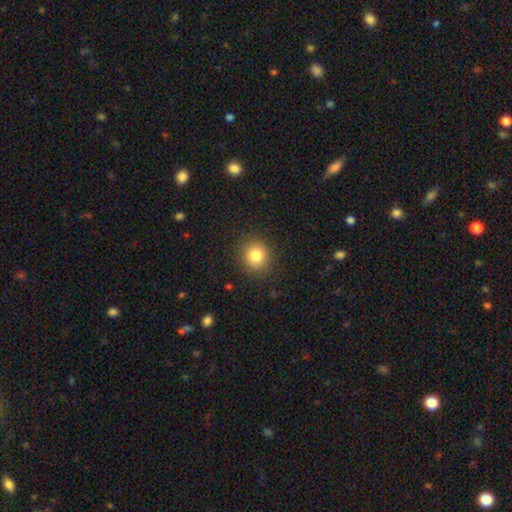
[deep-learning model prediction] Smooth or featured? smooth (82%)
How rounded? round (87%)
Merging? none (89%)